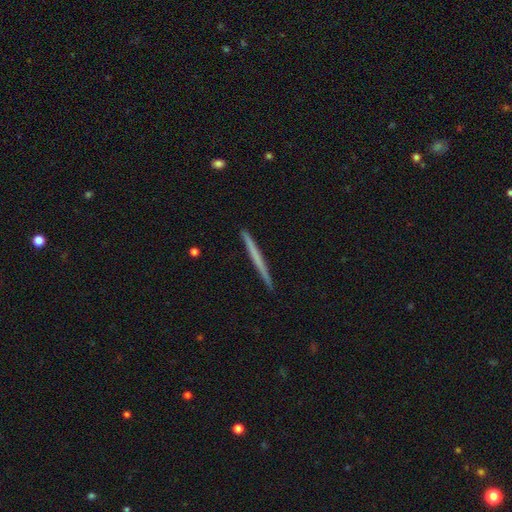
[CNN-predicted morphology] Smooth or featured?
  - smooth: 52% *
  - featured or disk: 43%
  - star or artifact: 5%
How rounded?
  - cigar-shaped: 97% *
  - in between: 1%
  - round: 1%
Merging?
  - none: 92% *
  - minor disturbance: 5%
  - major disturbance: 1%
  - merger: 1%